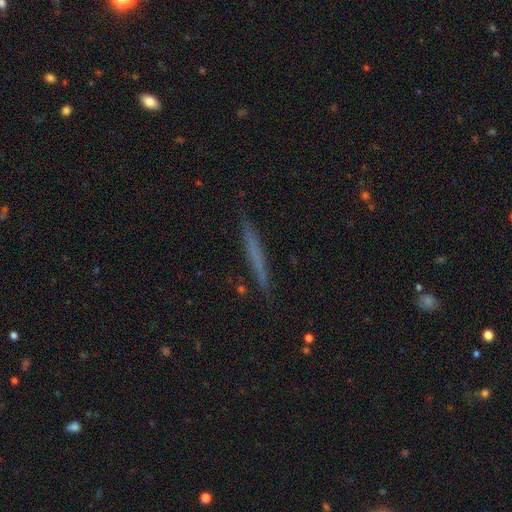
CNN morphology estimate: Q: Smooth or featured?
A: smooth (56%); runner-up: featured or disk (35%)
Q: How rounded?
A: cigar-shaped (95%); runner-up: in between (3%)
Q: Merging?
A: none (89%); runner-up: minor disturbance (8%)